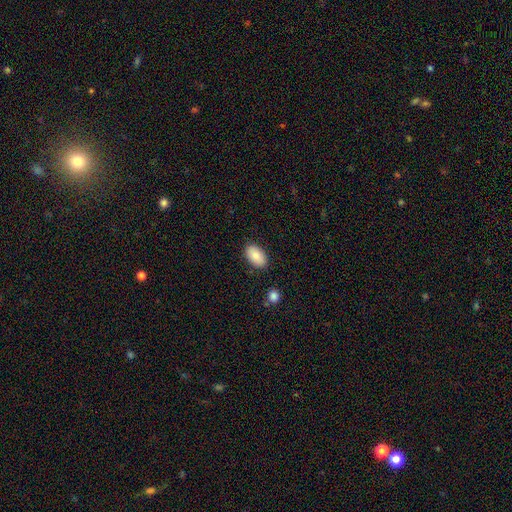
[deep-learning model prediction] Smooth or featured? smooth (85%)
How rounded? in between (93%)
Merging? none (86%)